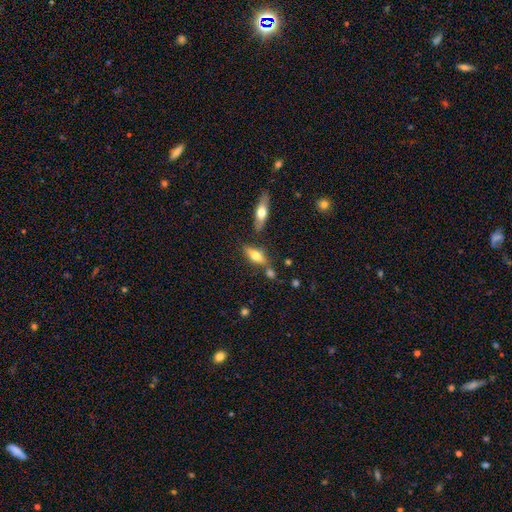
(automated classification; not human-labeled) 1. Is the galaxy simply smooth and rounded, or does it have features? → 63% smooth, 29% featured or disk, 8% star or artifact.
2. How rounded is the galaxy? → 68% in between, 28% cigar-shaped, 4% round.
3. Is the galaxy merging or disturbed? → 64% none, 16% merger, 15% minor disturbance, 5% major disturbance.